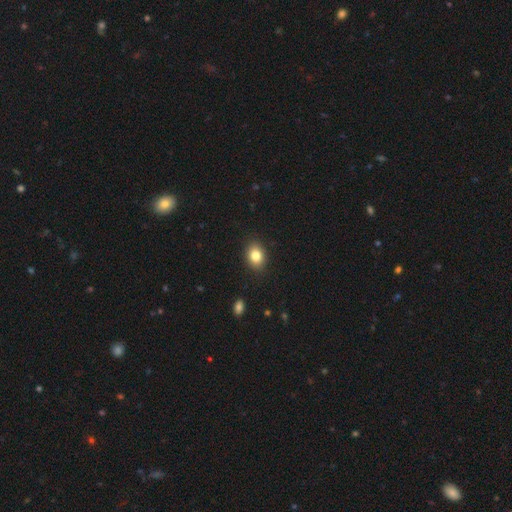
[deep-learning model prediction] A smooth galaxy with no disk features (83%) that is in between round and cigar-shaped (64%).

Vote fractions:
- Smooth or featured? smooth: 83% / star or artifact: 9% / featured or disk: 8%
- How rounded? in between: 64% / round: 35% / cigar-shaped: 1%
- Merging? none: 89% / minor disturbance: 8% / major disturbance: 2% / merger: 1%